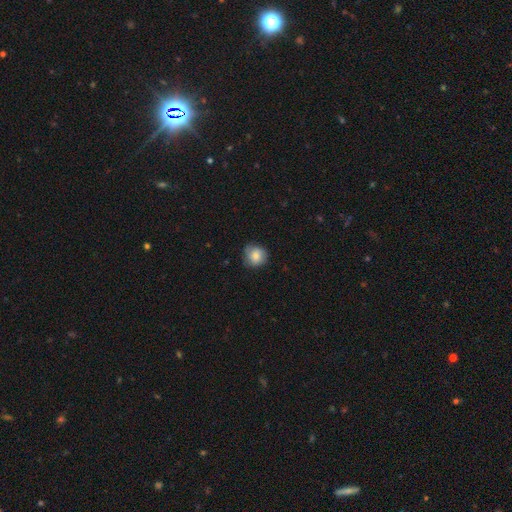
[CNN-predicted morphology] Q: Smooth or featured?
A: smooth (78%); runner-up: featured or disk (14%)
Q: How rounded?
A: round (90%); runner-up: in between (9%)
Q: Merging?
A: none (76%); runner-up: minor disturbance (19%)